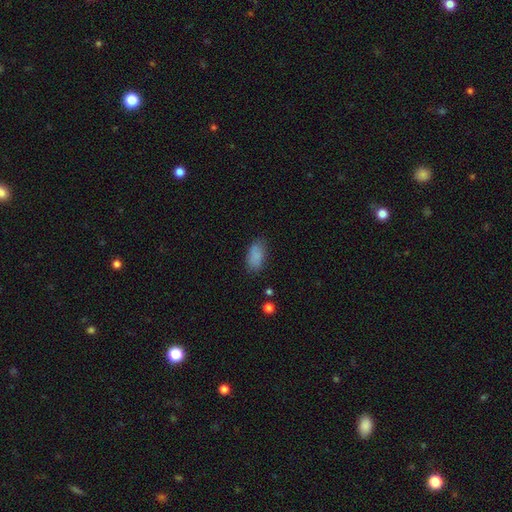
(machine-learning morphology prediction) smooth 86%, star or artifact 9%, featured or disk 6%. Down the decision tree: how rounded — in between (92%); merging — none (78%).